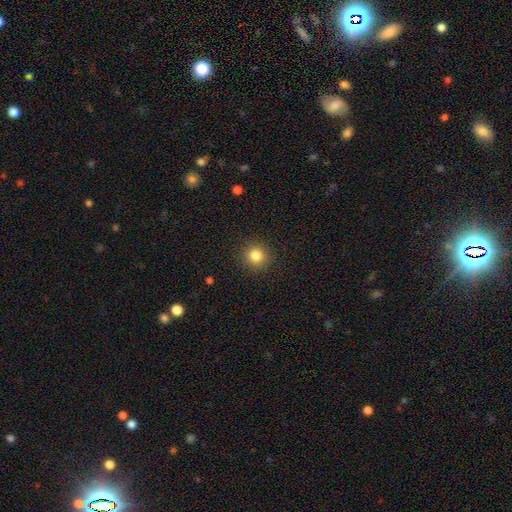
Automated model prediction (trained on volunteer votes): smooth-or-featured: smooth: 83% | star or artifact: 12% | featured or disk: 6%
  how-rounded: round: 93% | in between: 6% | cigar-shaped: 1%
  merging: none: 91% | minor disturbance: 6% | major disturbance: 2% | merger: 1%